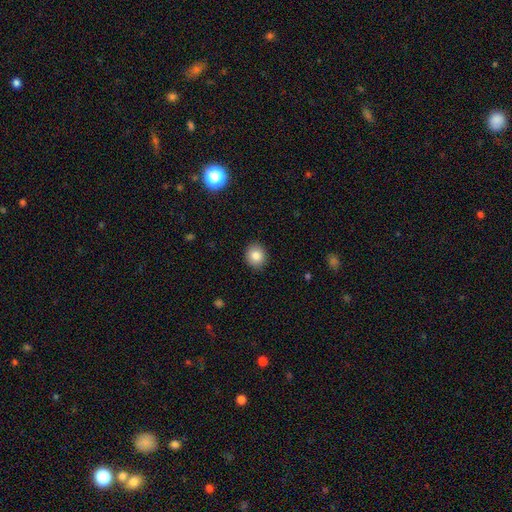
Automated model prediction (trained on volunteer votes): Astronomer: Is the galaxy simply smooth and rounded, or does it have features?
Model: smooth — 84%.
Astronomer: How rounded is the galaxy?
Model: round — 83%.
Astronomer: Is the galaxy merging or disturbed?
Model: none — 91%.